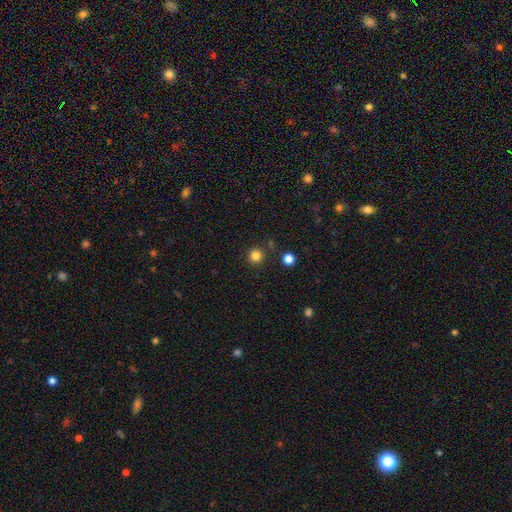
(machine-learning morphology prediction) smooth-or-featured: smooth: 82% | star or artifact: 14% | featured or disk: 4%
  how-rounded: round: 95% | in between: 4% | cigar-shaped: 1%
  merging: none: 88% | minor disturbance: 6% | merger: 4% | major disturbance: 2%